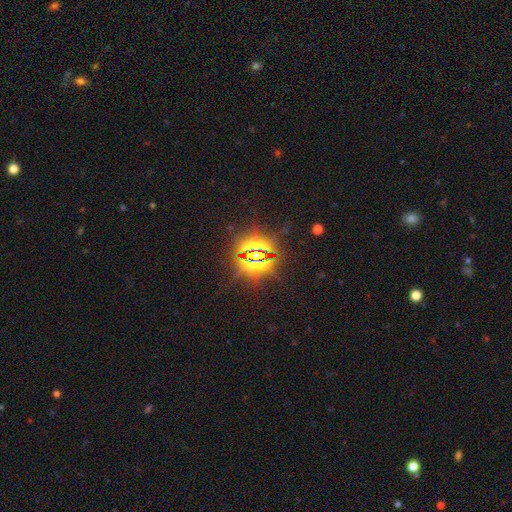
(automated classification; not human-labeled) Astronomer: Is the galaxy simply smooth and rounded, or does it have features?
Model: star or artifact — 83%.